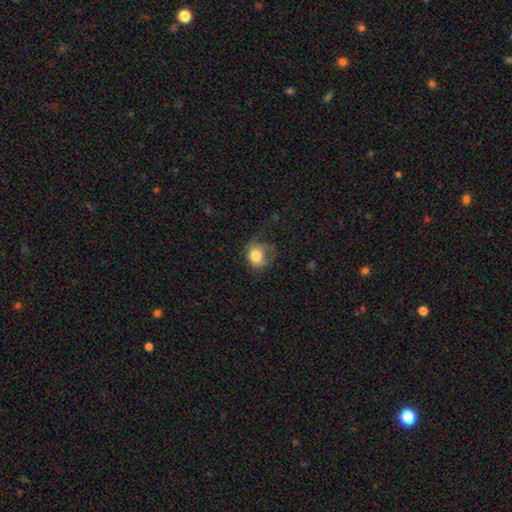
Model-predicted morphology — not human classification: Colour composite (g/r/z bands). It shows a smooth galaxy with no disk features (75%) that is round (66%). Merging: none (36%).